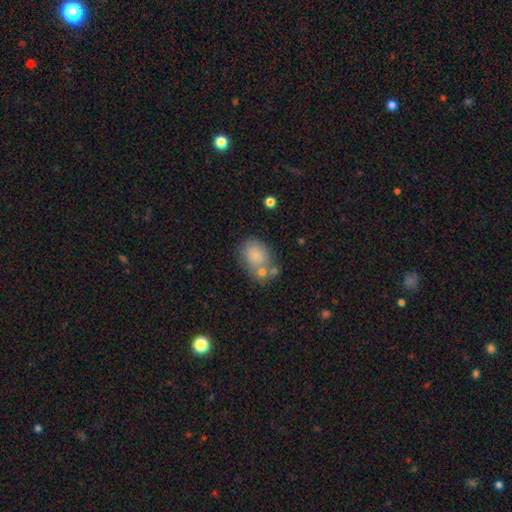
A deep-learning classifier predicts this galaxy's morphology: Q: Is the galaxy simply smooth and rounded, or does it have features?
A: smooth — 77%.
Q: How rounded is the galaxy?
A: in between — 64%.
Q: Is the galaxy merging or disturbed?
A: none — 51%.